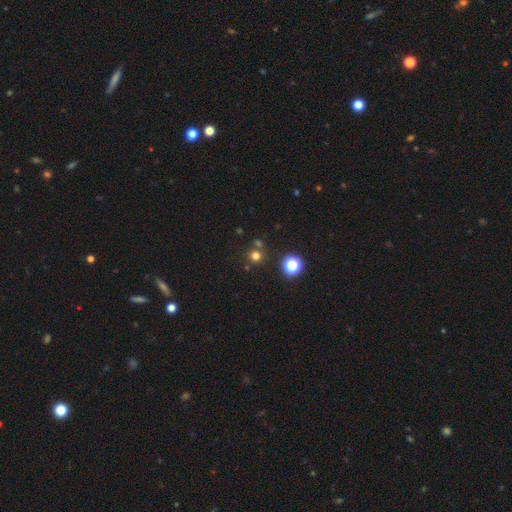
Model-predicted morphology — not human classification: Smooth or featured?
  - smooth: 70% *
  - star or artifact: 24%
  - featured or disk: 6%
How rounded?
  - round: 93% *
  - in between: 6%
  - cigar-shaped: 1%
Merging?
  - none: 77% *
  - merger: 14%
  - minor disturbance: 7%
  - major disturbance: 3%